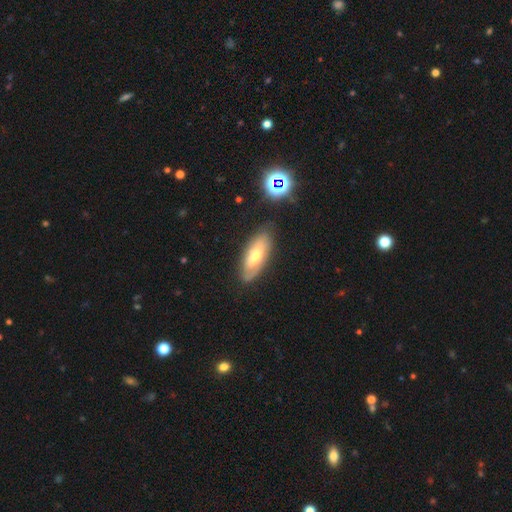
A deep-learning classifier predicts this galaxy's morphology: Smooth or featured?
  - featured or disk: 53% *
  - smooth: 37%
  - star or artifact: 11%
Edge-on disk?
  - no: 77% *
  - yes: 23%
Merging?
  - none: 79% *
  - minor disturbance: 15%
  - major disturbance: 4%
  - merger: 2%